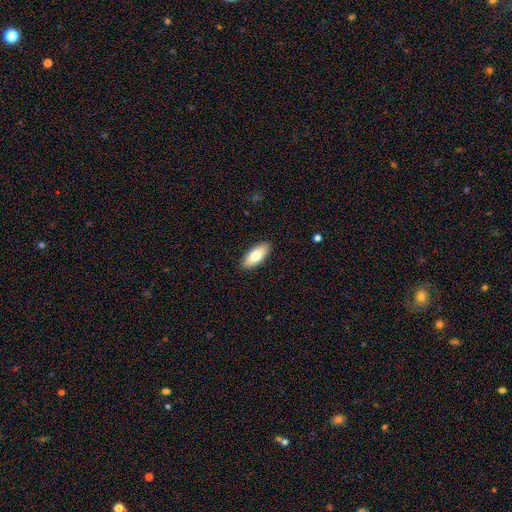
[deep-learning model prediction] Smooth or featured? Predicted: smooth (p=0.78). How rounded? Predicted: in between (p=0.85). Merging? Predicted: none (p=0.90).